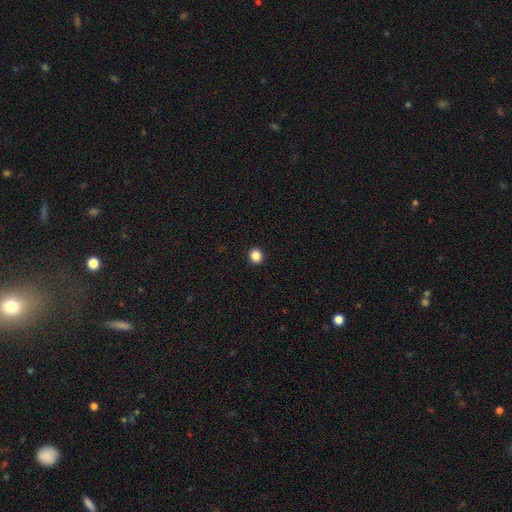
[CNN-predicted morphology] Smooth or featured? smooth (86%)
How rounded? round (90%)
Merging? none (94%)